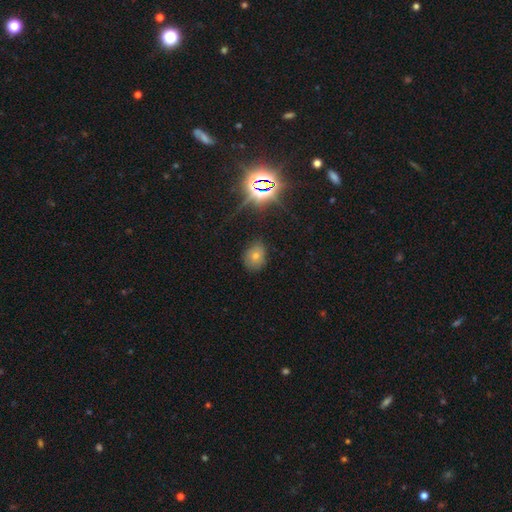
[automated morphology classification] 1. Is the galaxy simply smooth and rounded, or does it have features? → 65% smooth, 23% star or artifact, 12% featured or disk.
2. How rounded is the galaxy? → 52% round, 47% in between, 1% cigar-shaped.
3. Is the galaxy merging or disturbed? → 80% none, 14% minor disturbance, 4% major disturbance, 2% merger.